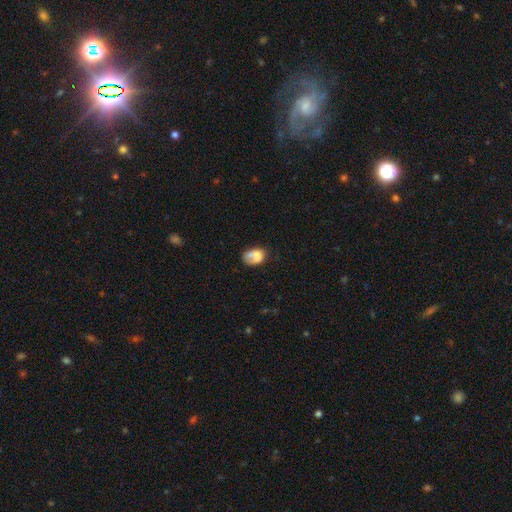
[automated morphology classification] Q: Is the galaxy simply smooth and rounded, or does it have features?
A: smooth — 66%.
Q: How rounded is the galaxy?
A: in between — 80%.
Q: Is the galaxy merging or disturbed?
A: none — 39%.